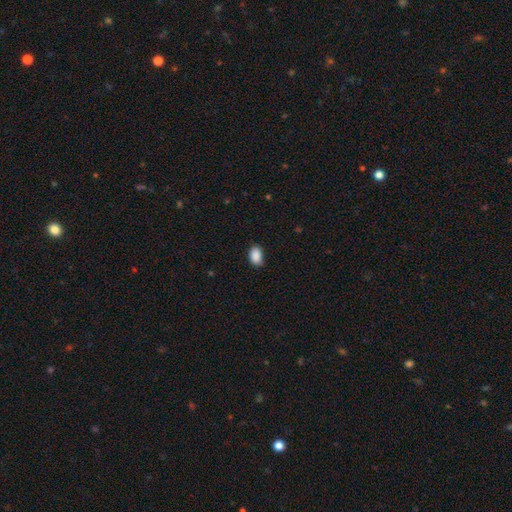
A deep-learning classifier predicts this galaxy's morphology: Smooth or featured?
  - smooth: 89% *
  - star or artifact: 8%
  - featured or disk: 3%
How rounded?
  - in between: 86% *
  - round: 13%
  - cigar-shaped: 1%
Merging?
  - none: 81% *
  - minor disturbance: 15%
  - major disturbance: 3%
  - merger: 1%